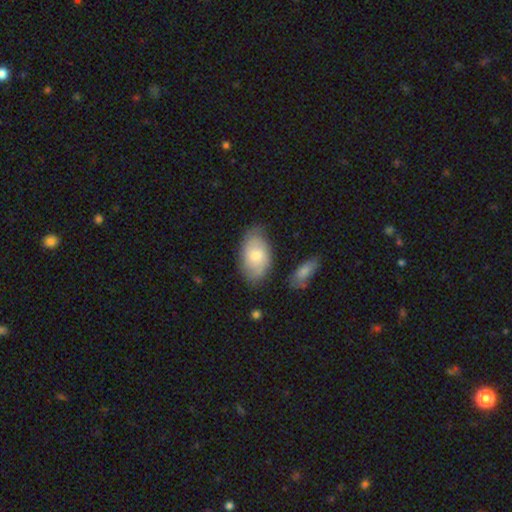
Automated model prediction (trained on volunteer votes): Q: Smooth or featured?
A: smooth (64%); runner-up: featured or disk (30%)
Q: How rounded?
A: in between (93%); runner-up: round (5%)
Q: Merging?
A: none (72%); runner-up: minor disturbance (20%)